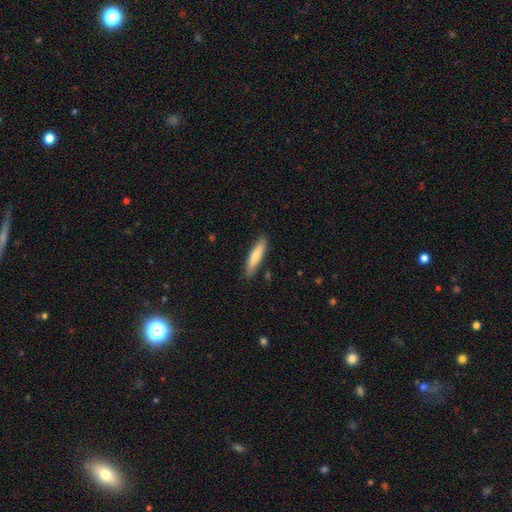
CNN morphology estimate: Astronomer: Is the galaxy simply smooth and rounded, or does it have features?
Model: smooth — 72%.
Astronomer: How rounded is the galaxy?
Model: cigar-shaped — 82%.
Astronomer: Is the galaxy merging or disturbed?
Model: none — 86%.